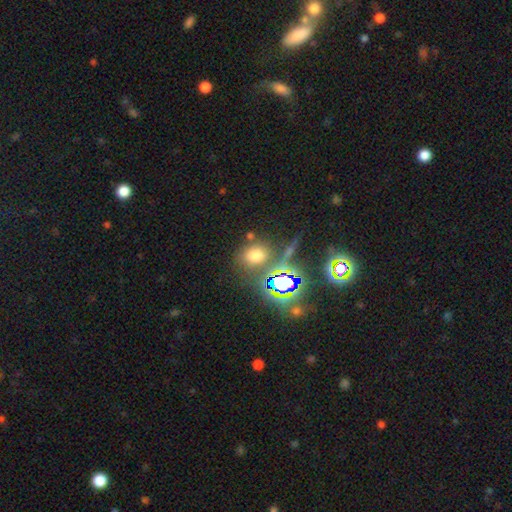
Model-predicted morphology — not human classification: Smooth or featured: smooth — 60% (star or artifact — 30%)
How rounded: in between — 50% (round — 48%)
Merging: none — 73% (minor disturbance — 12%)